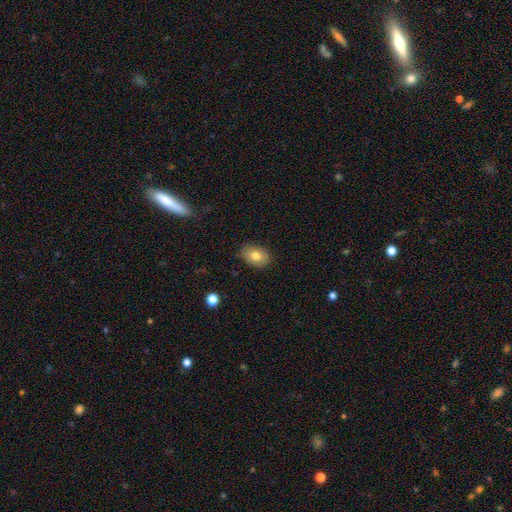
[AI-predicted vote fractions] Q: Smooth or featured?
A: smooth (79%); runner-up: featured or disk (13%)
Q: How rounded?
A: in between (77%); runner-up: round (22%)
Q: Merging?
A: none (85%); runner-up: minor disturbance (11%)